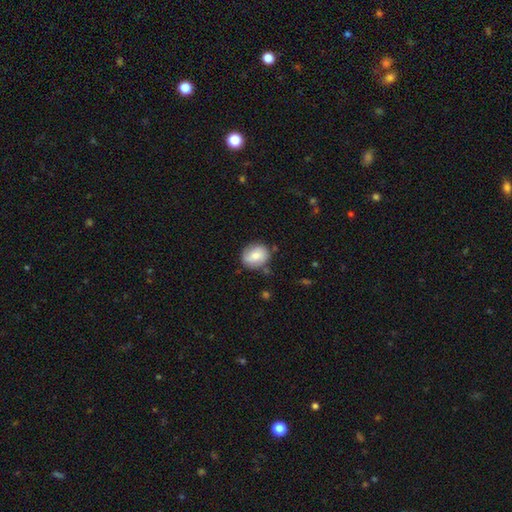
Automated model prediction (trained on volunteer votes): This appears to be a smooth galaxy with no disk features (70%) that is round (64%). Merging: none (73%).